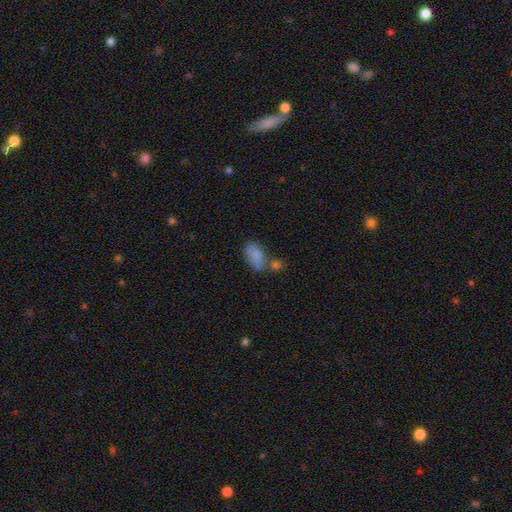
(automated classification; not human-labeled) The model was most divided on "merging": none: 40%, merger: 33%, minor disturbance: 18%, major disturbance: 9%. More confident: how rounded — in between (90%); smooth or featured — smooth (80%).